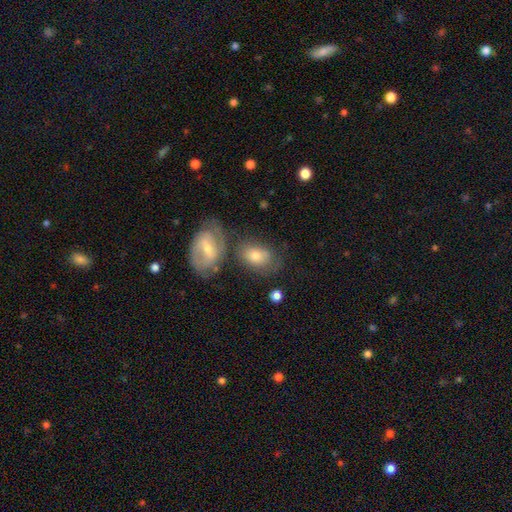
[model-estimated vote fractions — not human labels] The model was most divided on "merging": none: 49%, merger: 22%, minor disturbance: 20%, major disturbance: 10%. More confident: how rounded — in between (78%); smooth or featured — smooth (60%).